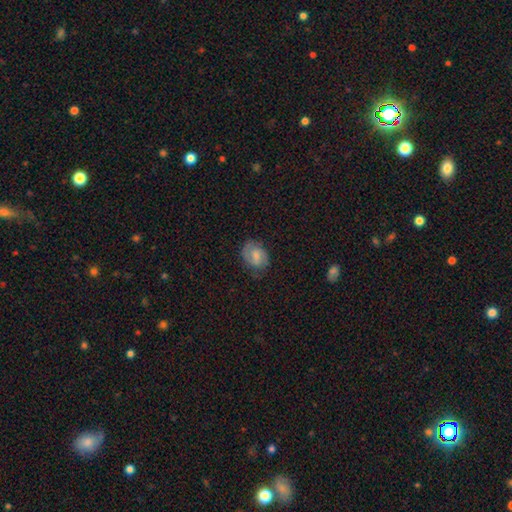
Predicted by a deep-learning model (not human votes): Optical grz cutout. It shows a featured or disk galaxy (49%). Merging: none (72%).